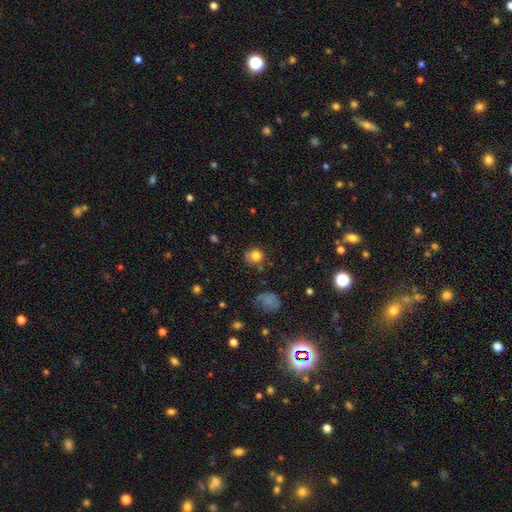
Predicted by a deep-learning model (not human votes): Morphology: type=smooth (79%); roundness=round (86%); merging=none (68%).